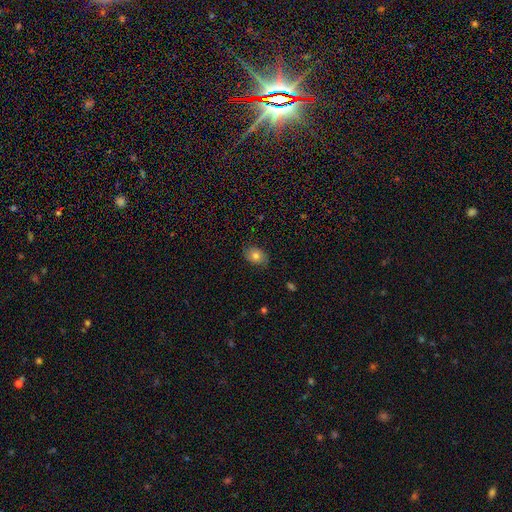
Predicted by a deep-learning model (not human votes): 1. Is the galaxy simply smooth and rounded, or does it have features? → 76% smooth, 15% featured or disk, 9% star or artifact.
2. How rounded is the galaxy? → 74% in between, 25% round, 1% cigar-shaped.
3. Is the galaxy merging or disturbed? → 81% none, 15% minor disturbance, 3% major disturbance, 1% merger.